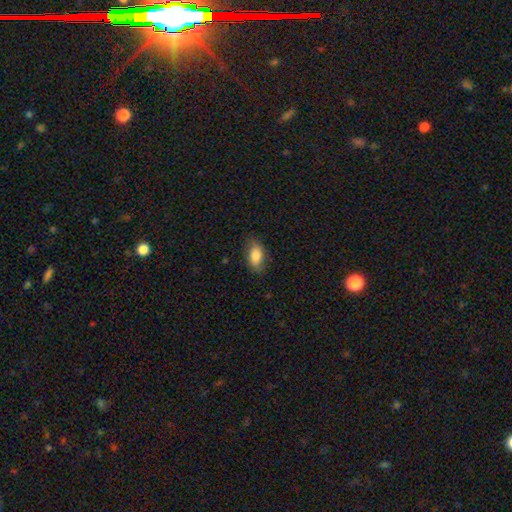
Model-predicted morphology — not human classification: Smooth or featured? Predicted: smooth (p=0.83). How rounded? Predicted: in between (p=0.90). Merging? Predicted: none (p=0.78).